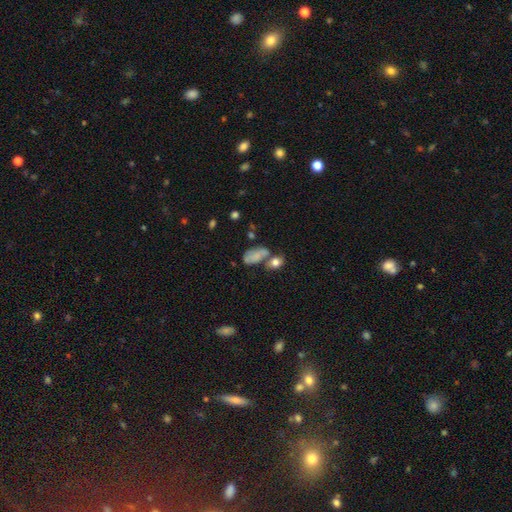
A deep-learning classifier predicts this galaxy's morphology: type=smooth (65%); roundness=in between (88%); merging=merger (33%, tied with none).